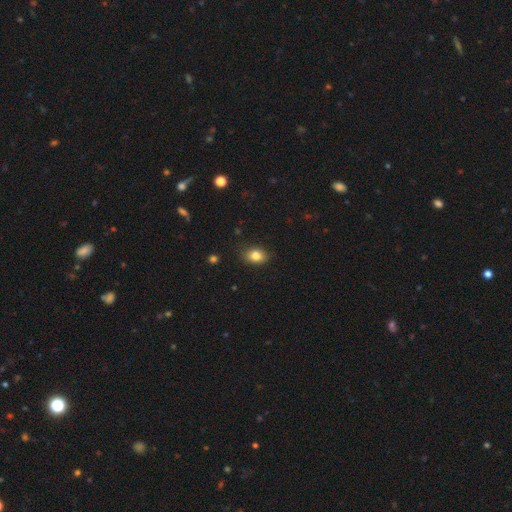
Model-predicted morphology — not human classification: Q: Smooth or featured?
A: smooth (84%); runner-up: star or artifact (9%)
Q: How rounded?
A: in between (74%); runner-up: round (25%)
Q: Merging?
A: none (82%); runner-up: minor disturbance (14%)